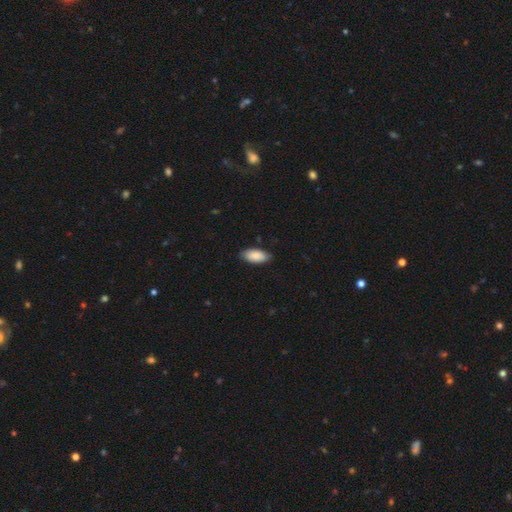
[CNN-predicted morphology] Smooth or featured?
  - smooth: 87% *
  - featured or disk: 7%
  - star or artifact: 6%
How rounded?
  - in between: 93% *
  - cigar-shaped: 6%
  - round: 2%
Merging?
  - none: 83% *
  - minor disturbance: 14%
  - major disturbance: 2%
  - merger: 1%